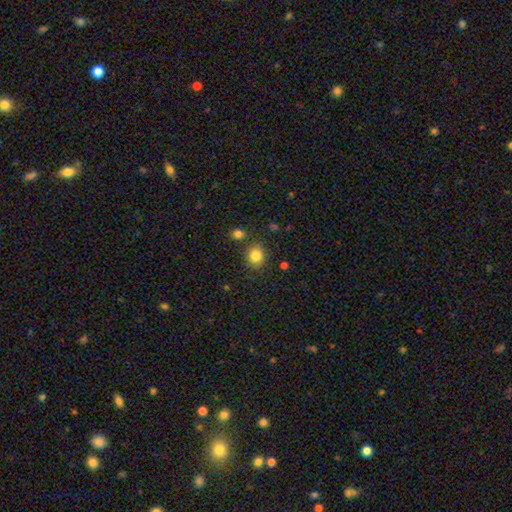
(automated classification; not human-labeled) The model was most divided on "how rounded": round: 75%, in between: 25%, cigar-shaped: 1%. More confident: smooth or featured — smooth (84%); merging — none (81%).